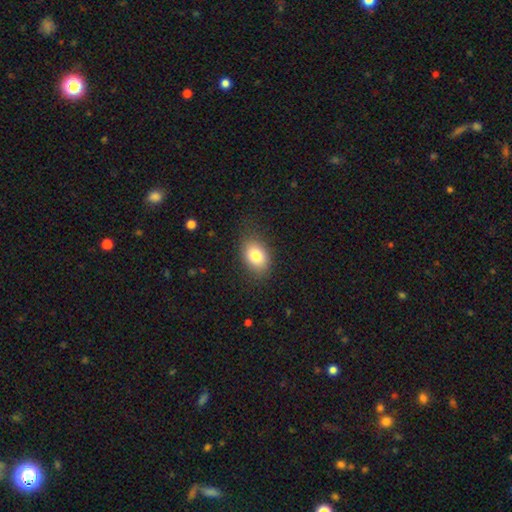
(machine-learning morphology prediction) Overall: smooth (81%). How rounded: in between (77%). Merging: none (81%).